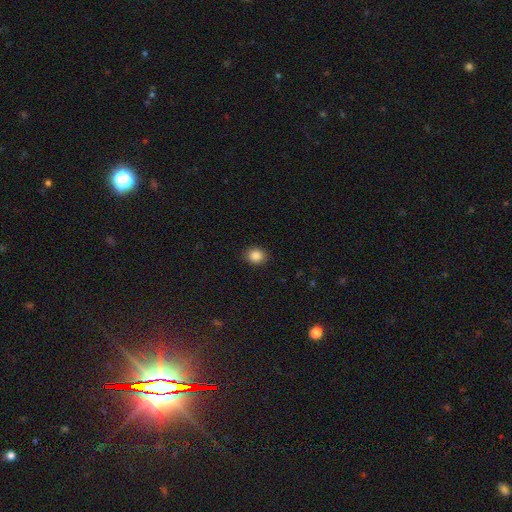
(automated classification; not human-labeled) Smooth or featured: smooth — 87% (star or artifact — 10%)
How rounded: round — 69% (in between — 30%)
Merging: none — 90% (minor disturbance — 7%)